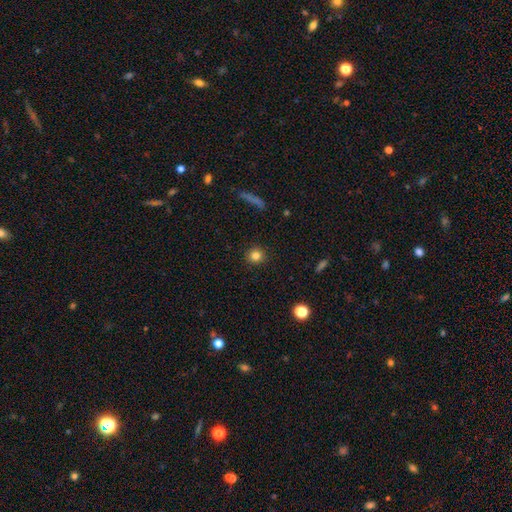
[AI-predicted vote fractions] Smooth or featured: smooth — 82% (star or artifact — 11%)
How rounded: round — 92% (in between — 7%)
Merging: none — 91% (minor disturbance — 6%)